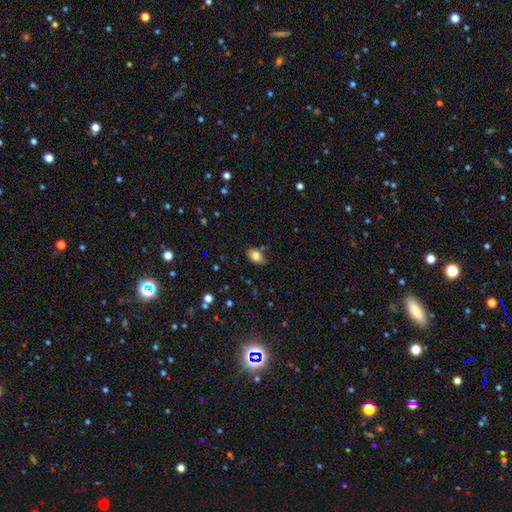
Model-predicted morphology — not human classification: This appears to be a smooth galaxy with no disk features (83%) that is in between round and cigar-shaped (84%). Merging: none (75%).